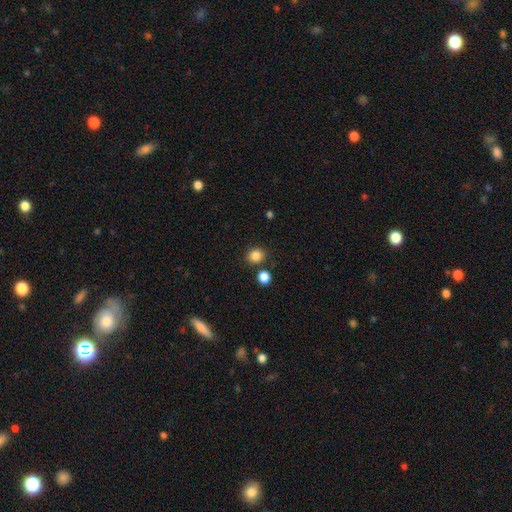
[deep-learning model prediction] Overall: smooth (85%). How rounded: round (78%). Merging: none (81%).